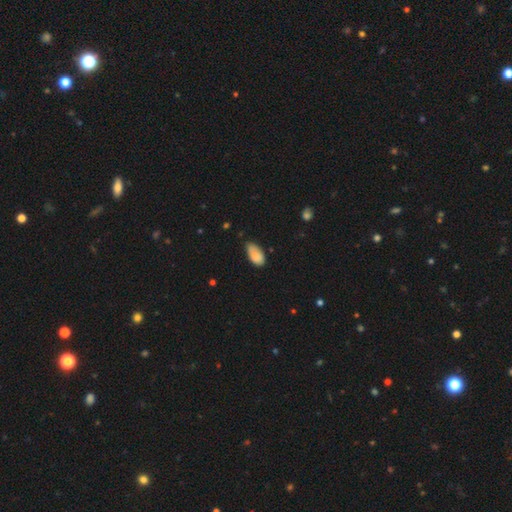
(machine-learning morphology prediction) Smooth or featured: smooth — 84% (featured or disk — 9%)
How rounded: in between — 93% (cigar-shaped — 4%)
Merging: none — 51% (minor disturbance — 39%)